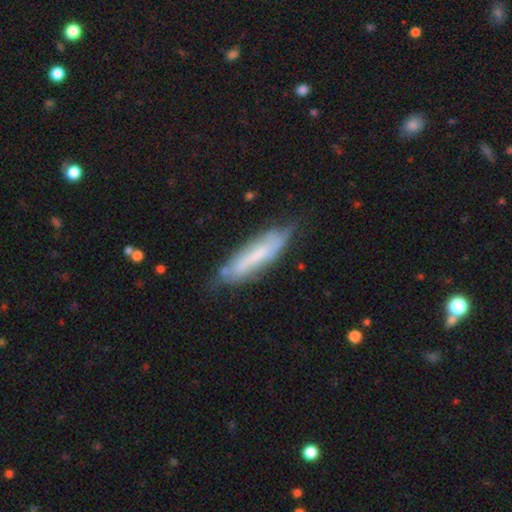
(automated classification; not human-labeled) Morphology: type=smooth (47%); merging=none (63%).